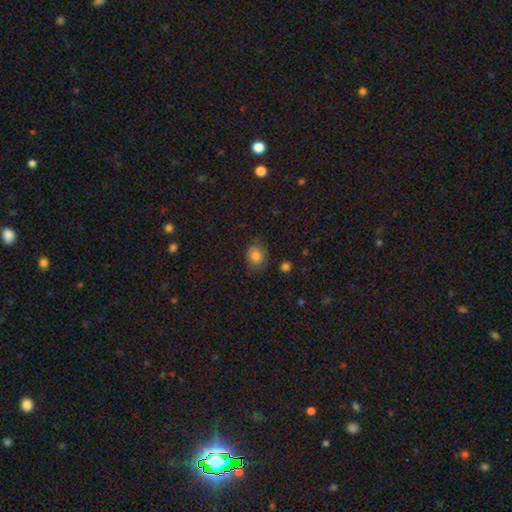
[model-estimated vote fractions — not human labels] A smooth galaxy with no disk features (80%) that is round (53%). Merging: none (77%).